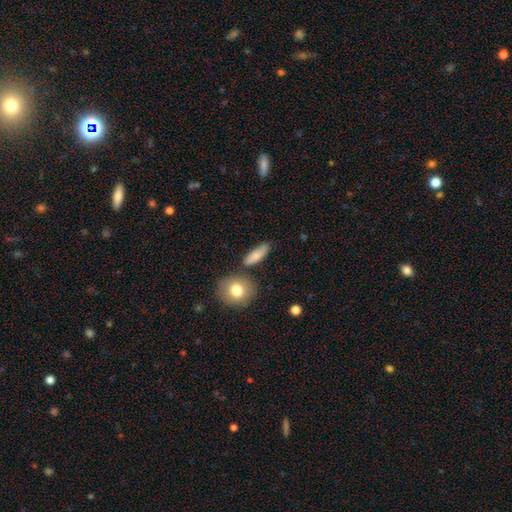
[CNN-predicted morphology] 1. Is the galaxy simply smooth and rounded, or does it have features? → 80% smooth, 12% featured or disk, 7% star or artifact.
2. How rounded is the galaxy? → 58% in between, 33% cigar-shaped, 9% round.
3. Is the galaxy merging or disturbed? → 72% none, 16% minor disturbance, 7% merger, 4% major disturbance.